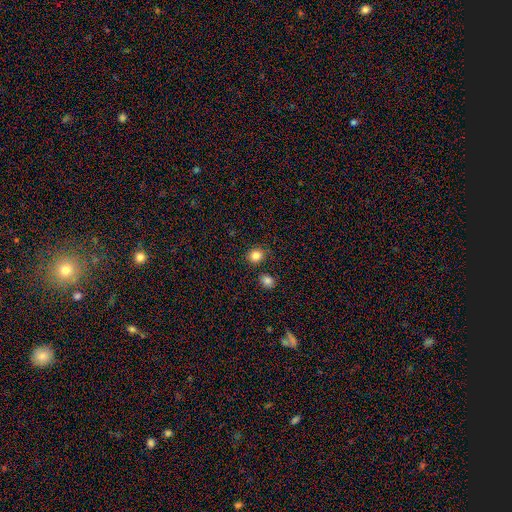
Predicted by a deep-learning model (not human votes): smooth_or_featured: smooth (p=0.84) [alt: star or artifact p=0.11]
how_rounded: round (p=0.80) [alt: in between p=0.20]
merging: none (p=0.80) [alt: minor disturbance p=0.11]